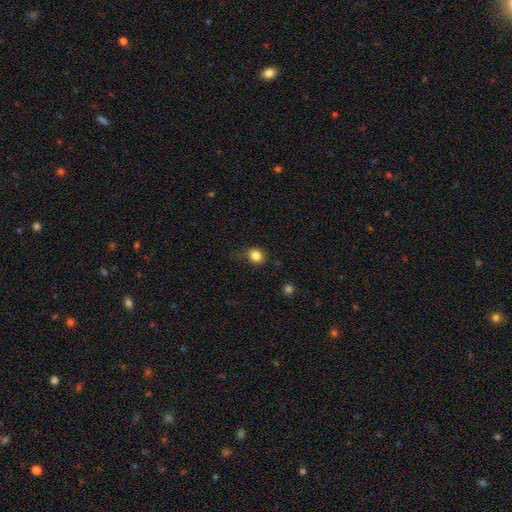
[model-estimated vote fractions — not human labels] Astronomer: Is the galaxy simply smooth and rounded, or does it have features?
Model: smooth — 83%.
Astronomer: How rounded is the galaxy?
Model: round — 67%.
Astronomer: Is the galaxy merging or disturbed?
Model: none — 63%.